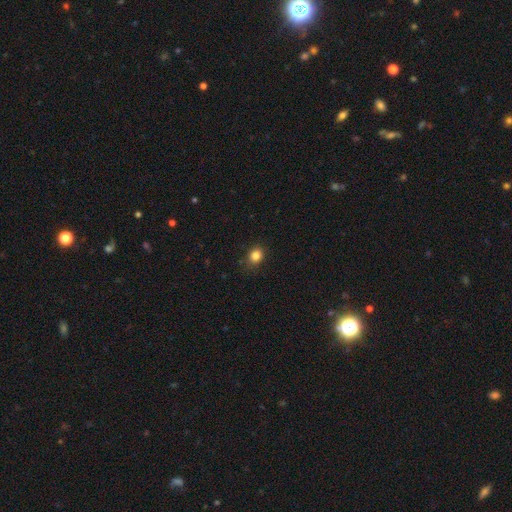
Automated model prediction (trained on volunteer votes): Q: Smooth or featured?
A: smooth (84%); runner-up: star or artifact (11%)
Q: How rounded?
A: round (58%); runner-up: in between (41%)
Q: Merging?
A: none (83%); runner-up: minor disturbance (13%)